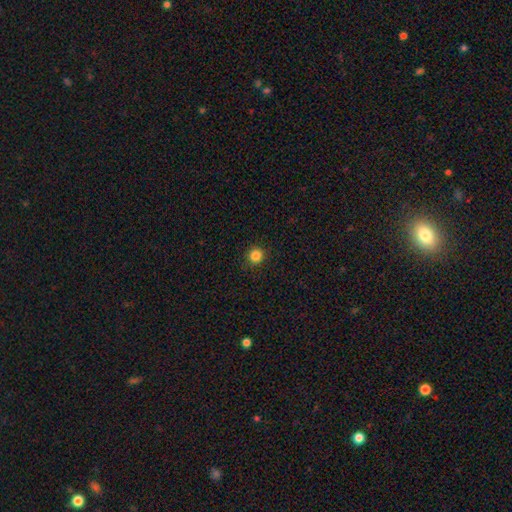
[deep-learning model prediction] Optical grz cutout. It shows a smooth galaxy with no disk features (84%) that is round (93%). Merging: none (91%).